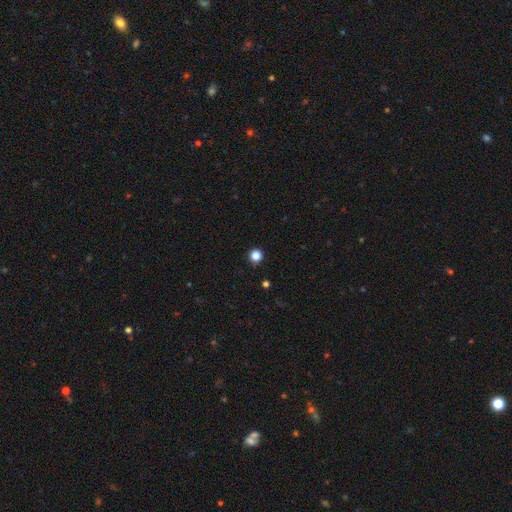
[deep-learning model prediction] Smooth or featured? smooth (85%)
How rounded? round (96%)
Merging? none (93%)